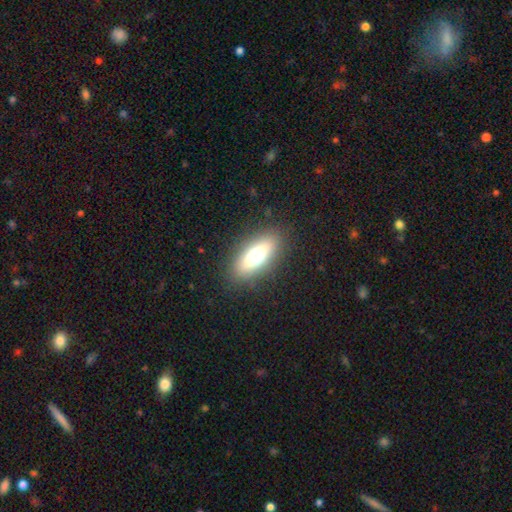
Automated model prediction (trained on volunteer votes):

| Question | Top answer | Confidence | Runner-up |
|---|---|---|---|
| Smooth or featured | smooth | 64% | featured or disk (26%) |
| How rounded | in between | 69% | cigar-shaped (27%) |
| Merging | none | 86% | minor disturbance (9%) |